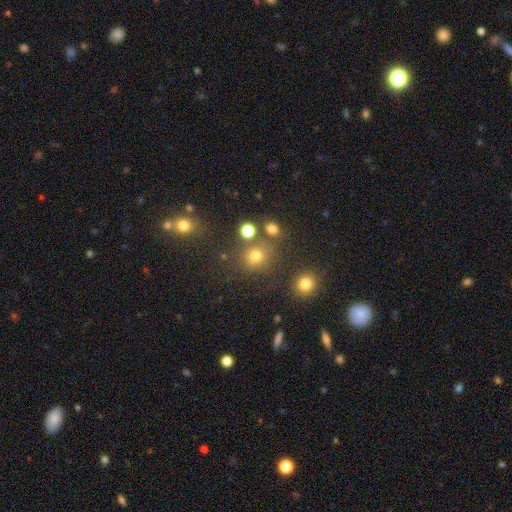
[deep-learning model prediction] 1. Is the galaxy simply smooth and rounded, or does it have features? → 72% smooth, 20% star or artifact, 8% featured or disk.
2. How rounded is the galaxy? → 82% round, 17% in between, 1% cigar-shaped.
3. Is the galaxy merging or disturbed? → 72% none, 12% merger, 11% minor disturbance, 5% major disturbance.